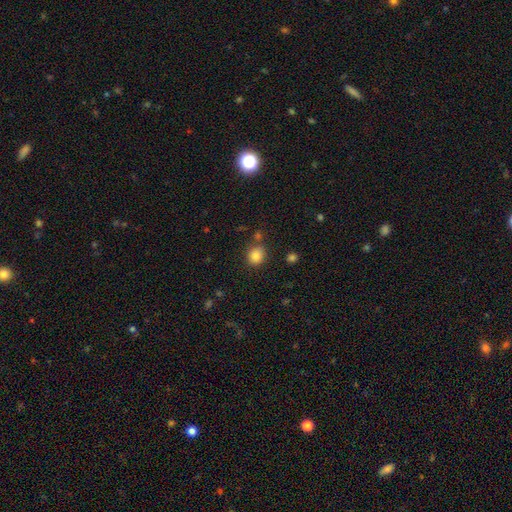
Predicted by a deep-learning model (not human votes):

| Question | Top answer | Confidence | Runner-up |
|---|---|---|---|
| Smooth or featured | smooth | 84% | star or artifact (11%) |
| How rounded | round | 78% | in between (21%) |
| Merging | none | 79% | minor disturbance (10%) |